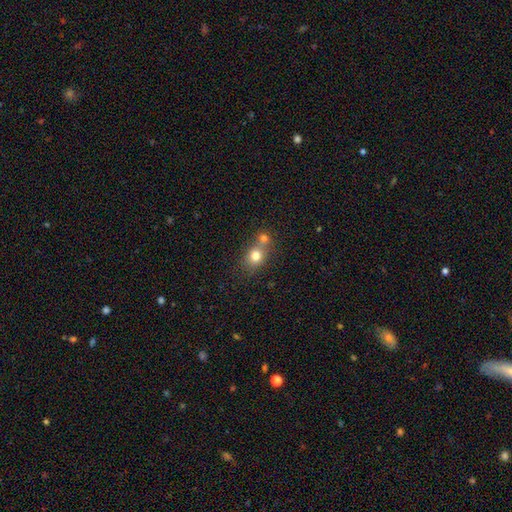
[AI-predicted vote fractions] This is likely a smooth galaxy (77%). How rounded: likely round (67%). Merging: possibly merger (47%).